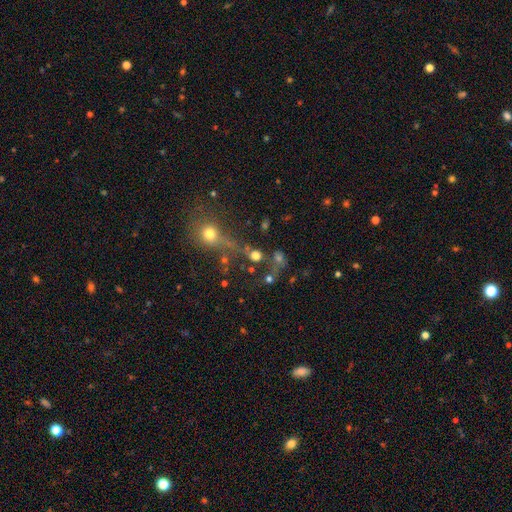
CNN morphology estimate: A smooth galaxy with no disk features (63%) that is round (83%).

Vote fractions:
- Smooth or featured? smooth: 63% / star or artifact: 24% / featured or disk: 13%
- How rounded? round: 83% / in between: 14% / cigar-shaped: 3%
- Merging? none: 51% / merger: 27% / major disturbance: 12% / minor disturbance: 10%